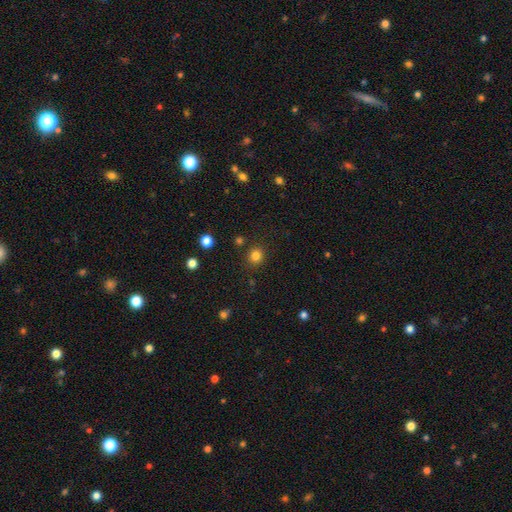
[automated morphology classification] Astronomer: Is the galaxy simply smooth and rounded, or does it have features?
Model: smooth — 82%.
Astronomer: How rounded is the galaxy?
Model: round — 87%.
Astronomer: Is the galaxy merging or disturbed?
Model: none — 87%.